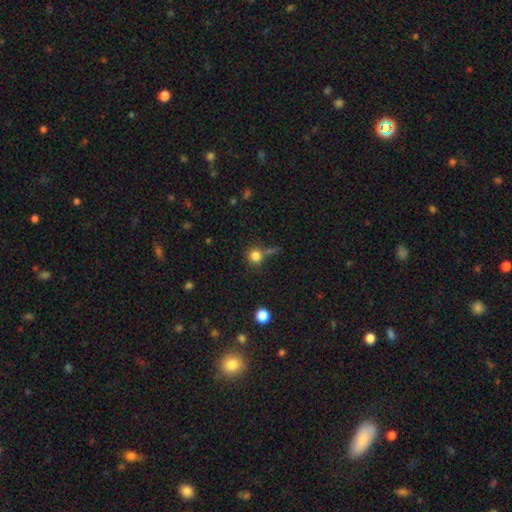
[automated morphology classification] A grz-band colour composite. It shows a smooth galaxy with no disk features (81%) that is round (90%). Merging: none (61%).